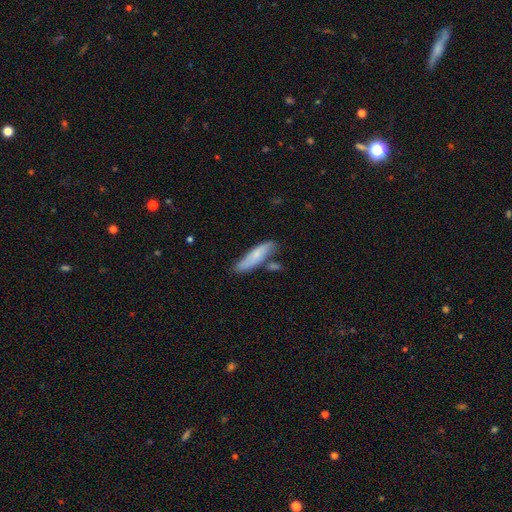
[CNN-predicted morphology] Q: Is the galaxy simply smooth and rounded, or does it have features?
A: smooth — 69%.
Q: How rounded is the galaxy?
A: cigar-shaped — 64%.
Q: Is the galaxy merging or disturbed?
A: none — 63%.